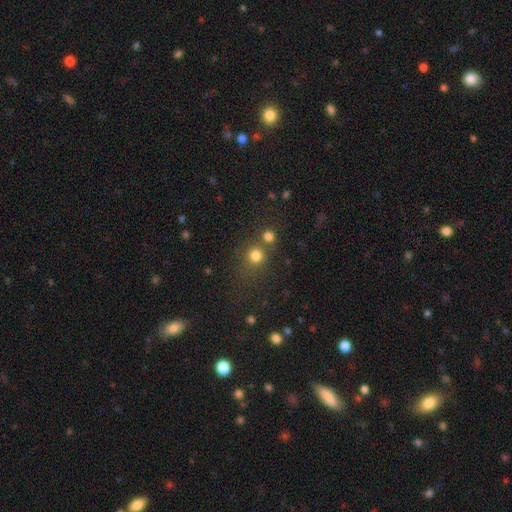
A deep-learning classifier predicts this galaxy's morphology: smooth 77%, star or artifact 16%, featured or disk 7%. Down the decision tree: how rounded — round (88%); merging — none (58%).